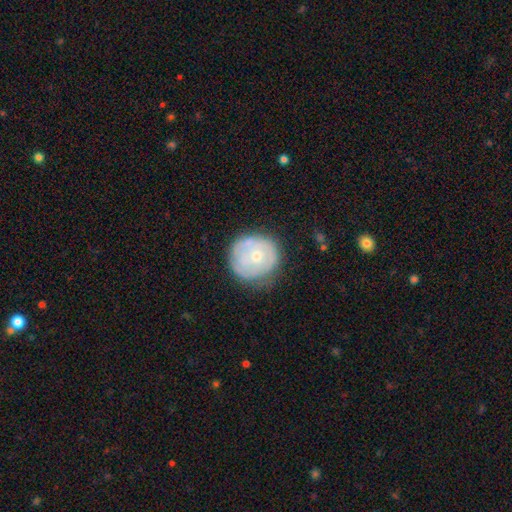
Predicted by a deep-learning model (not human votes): Morphology: type=featured or disk (50%); edge-on=no (97%); merging=none (70%).